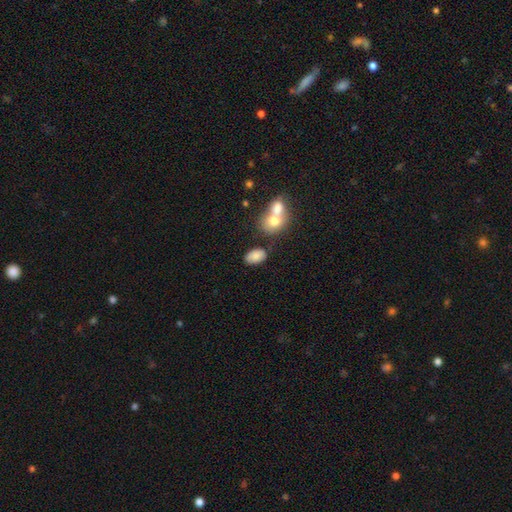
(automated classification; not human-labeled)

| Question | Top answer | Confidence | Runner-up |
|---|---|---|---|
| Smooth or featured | smooth | 82% | featured or disk (9%) |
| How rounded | in between | 90% | round (9%) |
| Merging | none | 68% | merger (14%) |